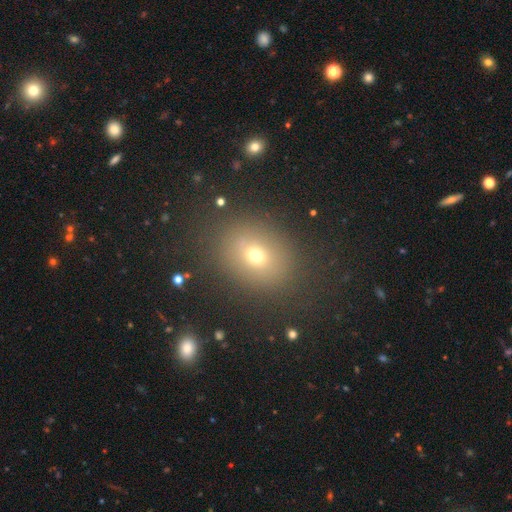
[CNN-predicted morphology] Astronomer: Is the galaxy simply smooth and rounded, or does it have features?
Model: smooth — 65%.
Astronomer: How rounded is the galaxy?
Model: round — 50% (runner-up: in between, 49%).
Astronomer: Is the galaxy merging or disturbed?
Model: none — 82%.